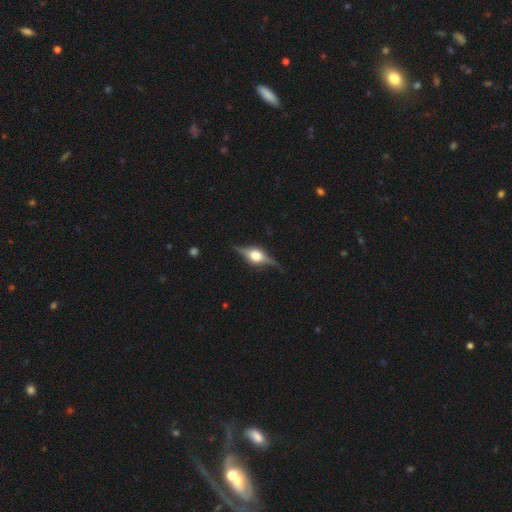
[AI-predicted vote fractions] smooth-or-featured: featured or disk: 80% | smooth: 13% | star or artifact: 6%
  disk-edge-on: yes: 96% | no: 4%
    edge-on-bulge: rounded: 93% | boxy: 6% | none: 1%
  merging: none: 84% | minor disturbance: 11% | major disturbance: 3% | merger: 1%